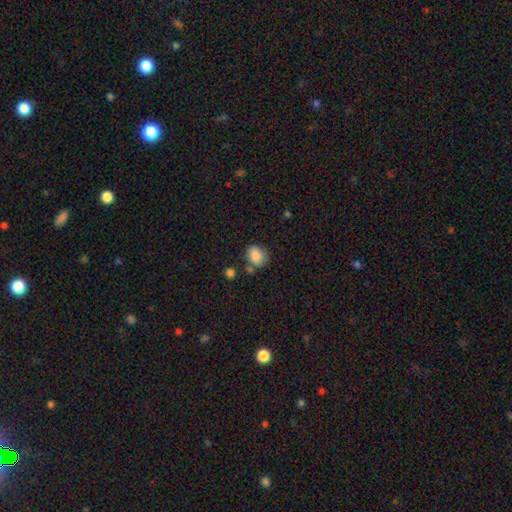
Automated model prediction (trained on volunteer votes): smooth_or_featured: smooth (p=0.86) [alt: star or artifact p=0.08]
how_rounded: in between (p=0.53) [alt: round p=0.46]
merging: none (p=0.67) [alt: minor disturbance p=0.17]